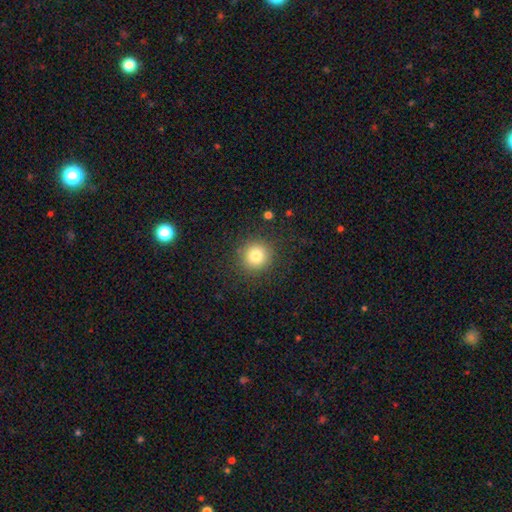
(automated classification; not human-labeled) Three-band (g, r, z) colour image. It shows a smooth galaxy with no disk features (80%) that is round (93%). Merging: none (89%).